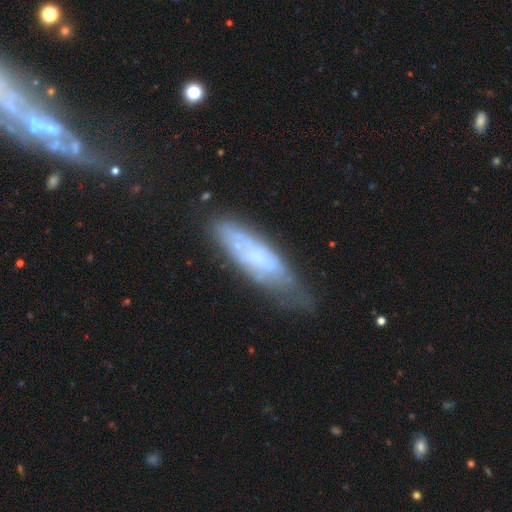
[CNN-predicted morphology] smooth_or_featured: featured or disk (p=0.47) [alt: smooth p=0.44]
merging: none (p=0.47) [alt: minor disturbance p=0.33]